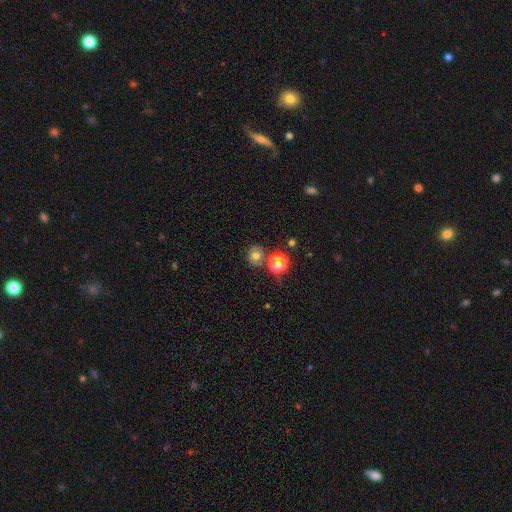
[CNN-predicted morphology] Smooth or featured? Predicted: smooth (p=0.69). How rounded? Predicted: round (p=0.83). Merging? Predicted: none (p=0.74).